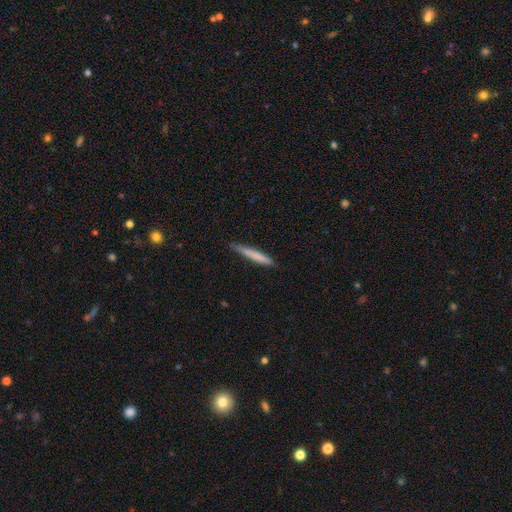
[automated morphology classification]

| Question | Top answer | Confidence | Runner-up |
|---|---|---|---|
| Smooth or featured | smooth | 71% | featured or disk (23%) |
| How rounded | cigar-shaped | 96% | in between (3%) |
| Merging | none | 80% | minor disturbance (16%) |